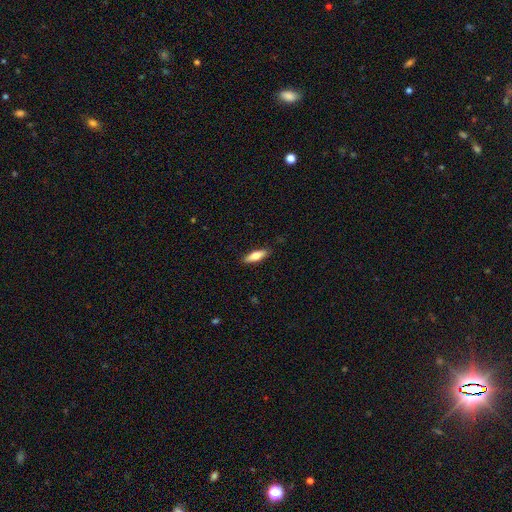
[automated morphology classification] type=smooth (71%); roundness=in between (51%); merging=none (88%).